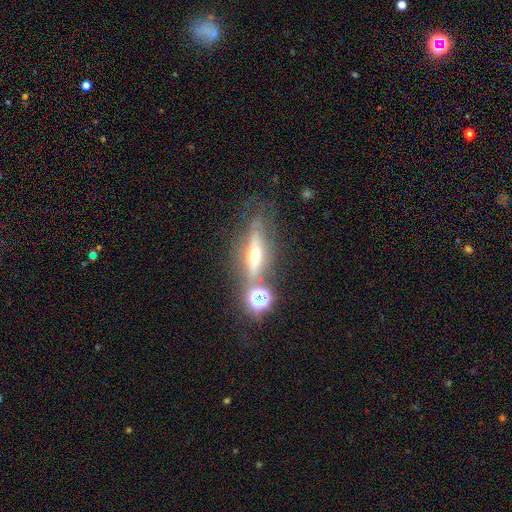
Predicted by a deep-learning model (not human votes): smooth_or_featured: featured or disk (p=0.57) [alt: smooth p=0.27]
disk_edge_on: yes (p=0.75) [alt: no p=0.25]
merging: none (p=0.55) [alt: minor disturbance p=0.18]